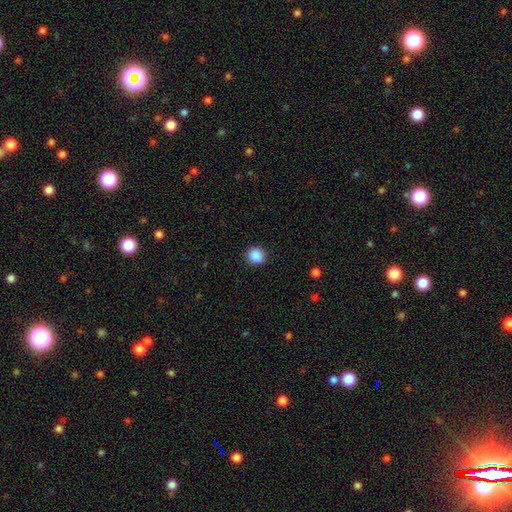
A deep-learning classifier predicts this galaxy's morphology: Q: Smooth or featured?
A: smooth (89%); runner-up: star or artifact (9%)
Q: How rounded?
A: round (88%); runner-up: in between (11%)
Q: Merging?
A: none (91%); runner-up: minor disturbance (6%)